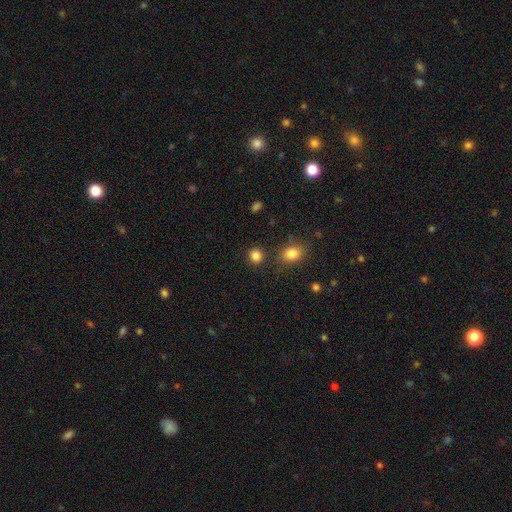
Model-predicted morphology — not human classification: Smooth or featured? smooth (84%)
How rounded? round (82%)
Merging? none (83%)